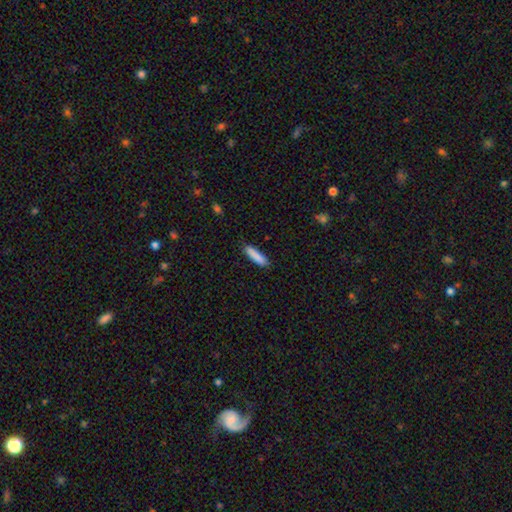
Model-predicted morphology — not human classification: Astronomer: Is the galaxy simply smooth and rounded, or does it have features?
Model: smooth — 88%.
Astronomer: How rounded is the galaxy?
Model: cigar-shaped — 77%.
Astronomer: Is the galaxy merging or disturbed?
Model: none — 87%.